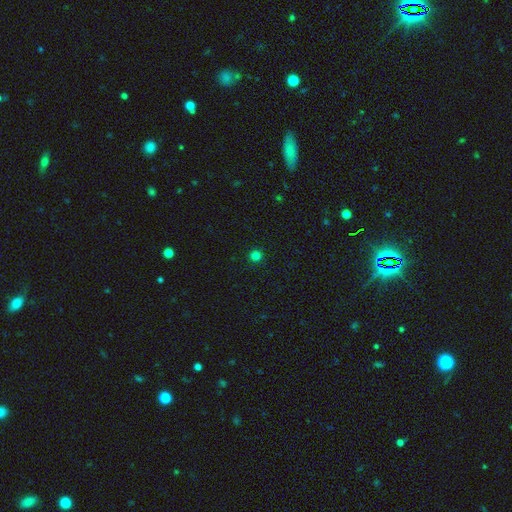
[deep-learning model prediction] The model was most divided on "smooth or featured": smooth: 81%, star or artifact: 16%, featured or disk: 4%. More confident: how rounded — round (96%); merging — none (93%).